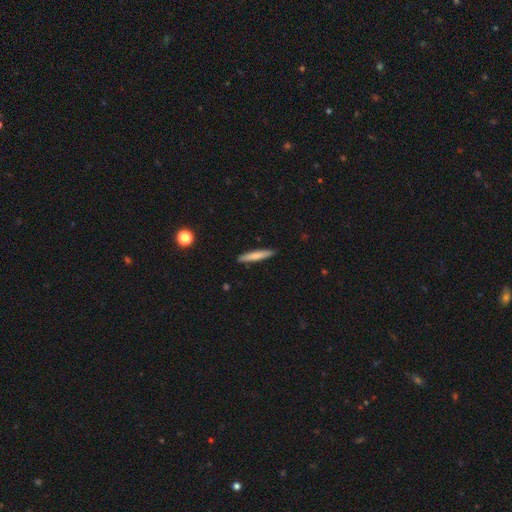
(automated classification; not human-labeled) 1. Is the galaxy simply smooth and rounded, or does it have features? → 73% smooth, 22% featured or disk, 6% star or artifact.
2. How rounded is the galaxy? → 93% cigar-shaped, 6% in between, 1% round.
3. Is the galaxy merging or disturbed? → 90% none, 7% minor disturbance, 1% major disturbance, 1% merger.